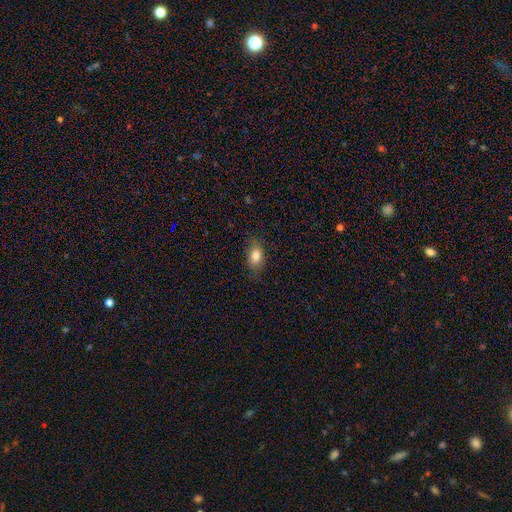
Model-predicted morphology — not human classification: Overall: smooth (81%). How rounded: in between (85%). Merging: none (76%).